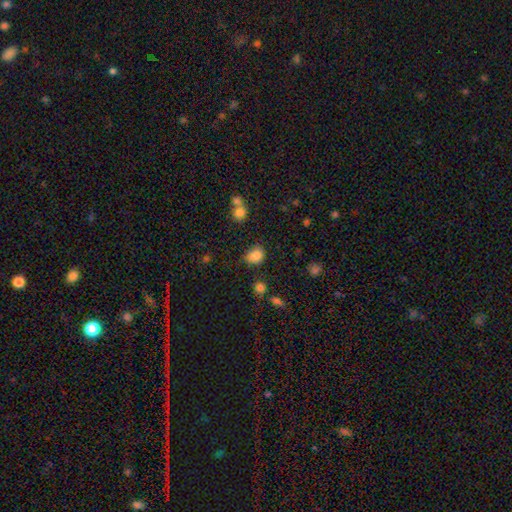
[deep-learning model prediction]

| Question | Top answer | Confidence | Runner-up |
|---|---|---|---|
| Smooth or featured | smooth | 83% | star or artifact (12%) |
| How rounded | in between | 53% | round (46%) |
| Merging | none | 67% | minor disturbance (23%) |